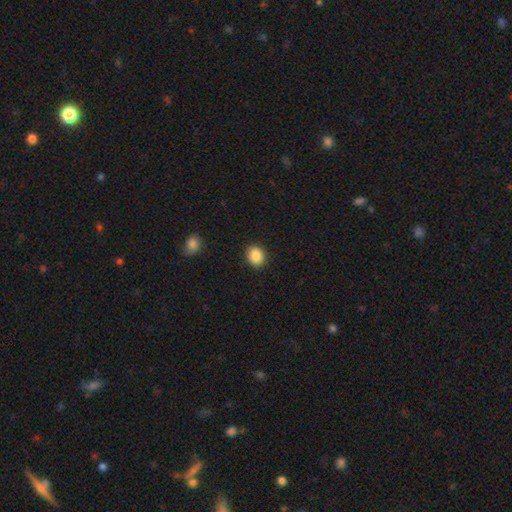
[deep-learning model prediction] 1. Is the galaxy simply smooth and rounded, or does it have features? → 89% smooth, 8% star or artifact, 3% featured or disk.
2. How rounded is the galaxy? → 56% round, 43% in between, 1% cigar-shaped.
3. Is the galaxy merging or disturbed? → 90% none, 7% minor disturbance, 2% major disturbance, 1% merger.